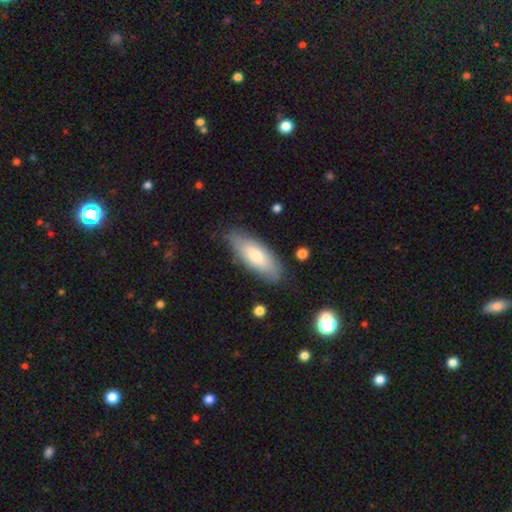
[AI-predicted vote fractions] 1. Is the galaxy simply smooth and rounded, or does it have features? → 72% smooth, 22% featured or disk, 6% star or artifact.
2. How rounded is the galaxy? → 70% in between, 28% cigar-shaped, 2% round.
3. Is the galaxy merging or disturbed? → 80% none, 15% minor disturbance, 3% major disturbance, 2% merger.